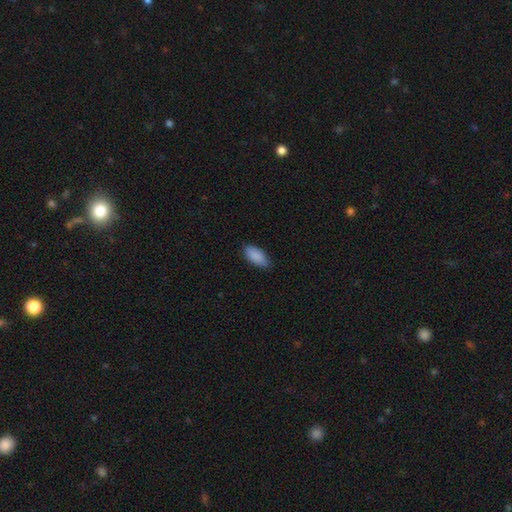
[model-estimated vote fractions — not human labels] Smooth or featured?
  - smooth: 90% *
  - star or artifact: 6%
  - featured or disk: 4%
How rounded?
  - in between: 88% *
  - cigar-shaped: 10%
  - round: 2%
Merging?
  - none: 81% *
  - minor disturbance: 16%
  - major disturbance: 2%
  - merger: 1%